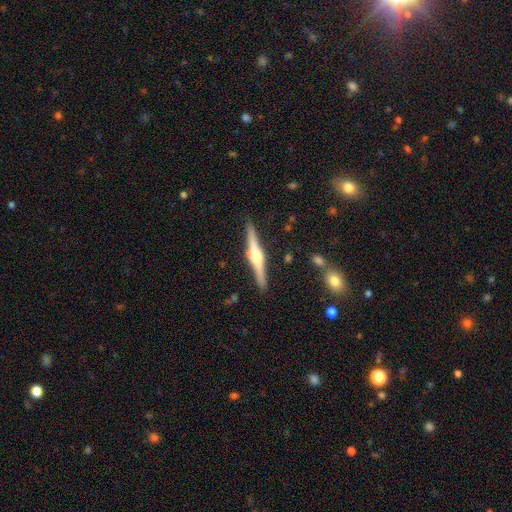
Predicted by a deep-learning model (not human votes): Smooth or featured? Predicted: featured or disk (p=0.81). Edge-on disk? Predicted: yes (p=0.98). Edge-on bulge? Predicted: rounded (p=0.92). Merging? Predicted: none (p=0.90).